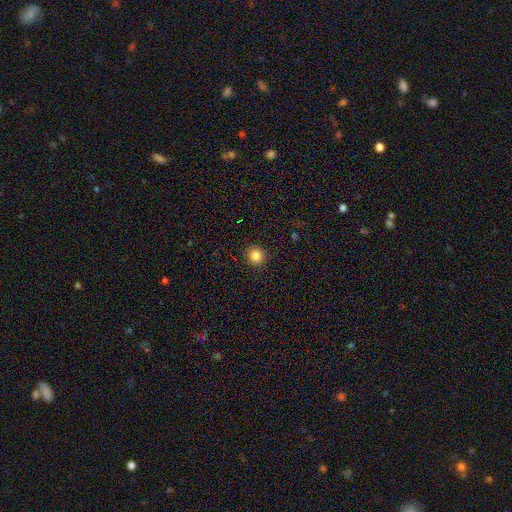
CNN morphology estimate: smooth-or-featured: smooth: 84% | star or artifact: 11% | featured or disk: 4%
  how-rounded: round: 92% | in between: 7% | cigar-shaped: 1%
  merging: none: 91% | minor disturbance: 6% | major disturbance: 2% | merger: 1%